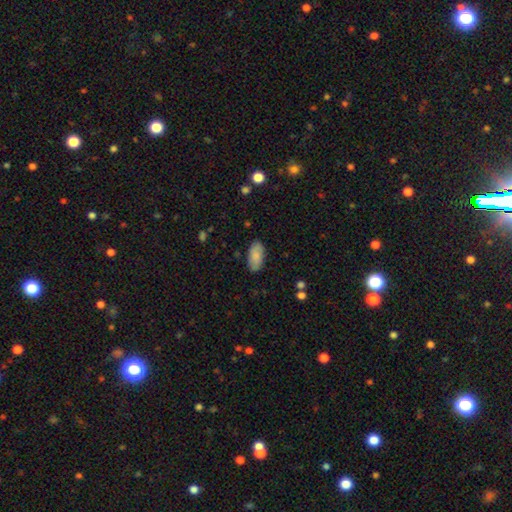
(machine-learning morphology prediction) This is clearly a smooth galaxy (83%). How rounded: clearly in between (92%). Merging: clearly none (85%).